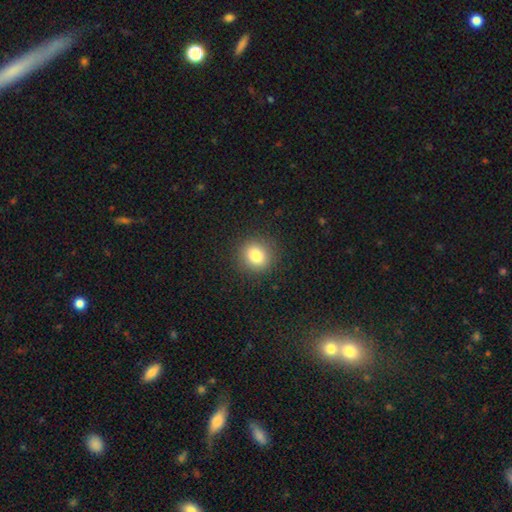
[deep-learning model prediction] Morphology: type=smooth (82%); roundness=round (81%); merging=none (90%).